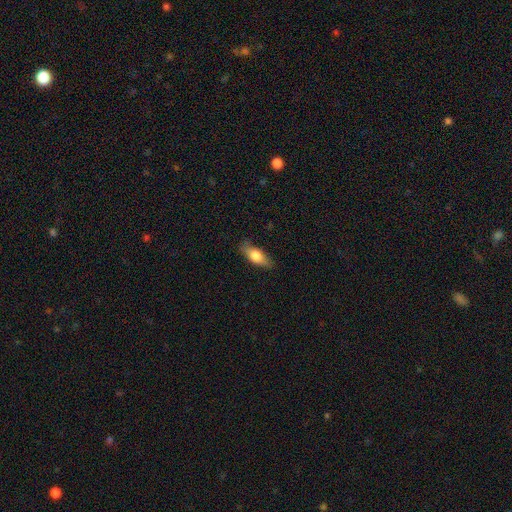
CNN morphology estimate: Smooth or featured: smooth — 74% (featured or disk — 20%)
How rounded: in between — 73% (cigar-shaped — 23%)
Merging: none — 79% (minor disturbance — 17%)